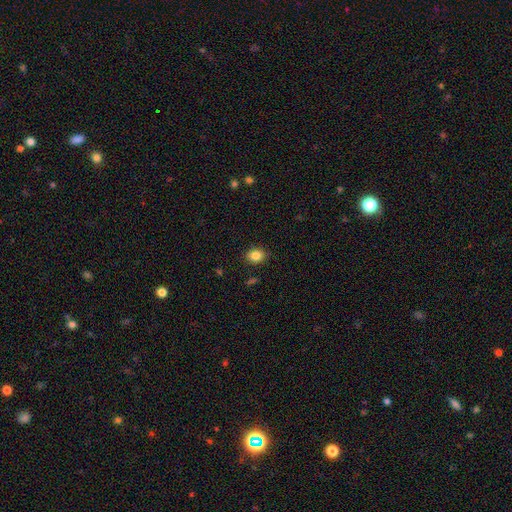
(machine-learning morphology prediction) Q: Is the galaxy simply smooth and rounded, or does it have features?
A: smooth — 84%.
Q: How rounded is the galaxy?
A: in between — 55%.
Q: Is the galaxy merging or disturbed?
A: none — 88%.